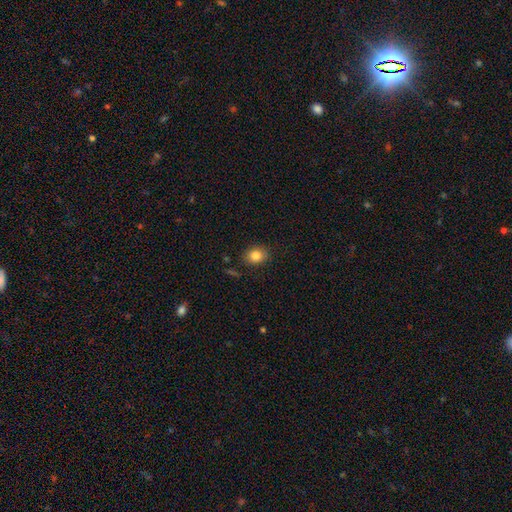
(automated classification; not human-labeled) Smooth or featured?
  - smooth: 83% *
  - star or artifact: 10%
  - featured or disk: 7%
How rounded?
  - round: 55% *
  - in between: 44%
  - cigar-shaped: 1%
Merging?
  - none: 85% *
  - minor disturbance: 10%
  - major disturbance: 3%
  - merger: 2%